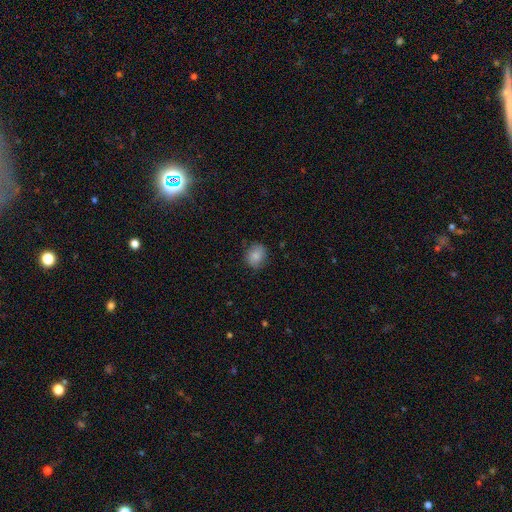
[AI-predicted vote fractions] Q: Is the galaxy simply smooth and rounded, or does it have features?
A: smooth — 83%.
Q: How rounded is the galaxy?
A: round — 66%.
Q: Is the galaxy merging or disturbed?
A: none — 80%.